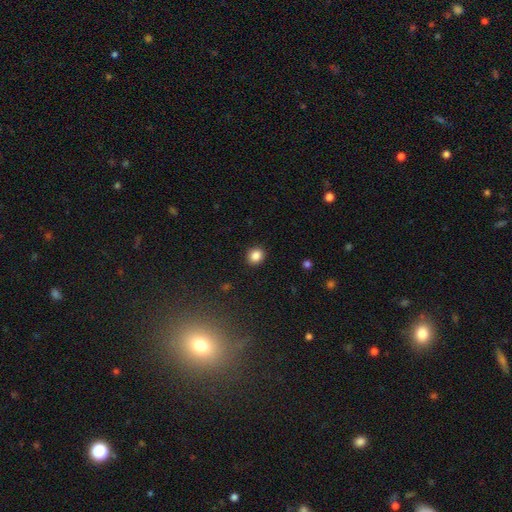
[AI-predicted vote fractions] This is clearly a smooth galaxy (86%). How rounded: likely round (73%). Merging: clearly none (91%).